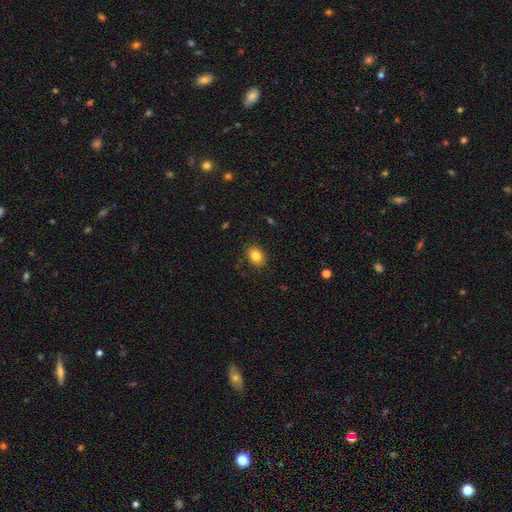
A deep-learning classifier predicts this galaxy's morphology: smooth-or-featured: smooth: 84% | star or artifact: 9% | featured or disk: 7%
  how-rounded: in between: 65% | round: 34% | cigar-shaped: 1%
  merging: none: 87% | minor disturbance: 9% | major disturbance: 2% | merger: 1%